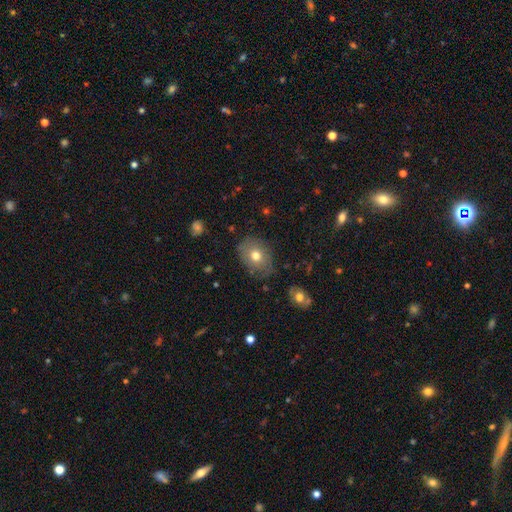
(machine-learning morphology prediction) smooth_or_featured: smooth (p=0.70) [alt: featured or disk p=0.20]
how_rounded: in between (p=0.58) [alt: round p=0.41]
merging: none (p=0.74) [alt: minor disturbance p=0.19]